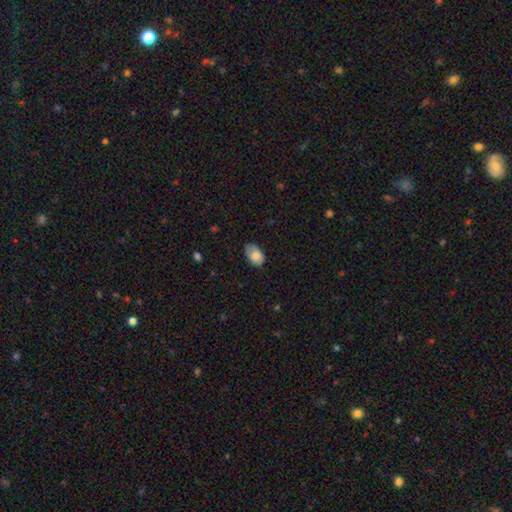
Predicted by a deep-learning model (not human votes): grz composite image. It shows a smooth galaxy with no disk features (81%) that is in between round and cigar-shaped (88%). Merging: none (69%).